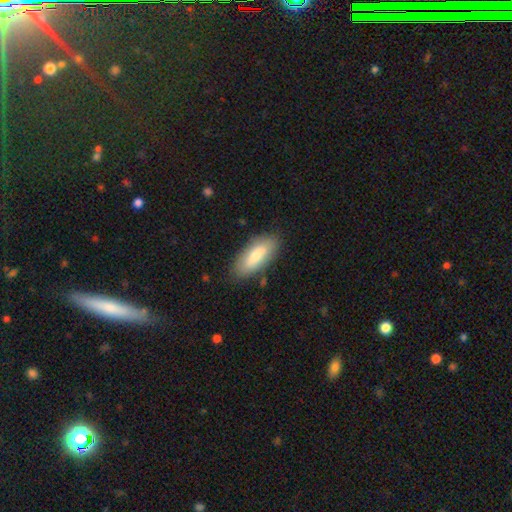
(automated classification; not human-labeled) smooth 70%, featured or disk 24%, star or artifact 6%. Down the decision tree: how rounded — in between (77%); merging — none (83%).